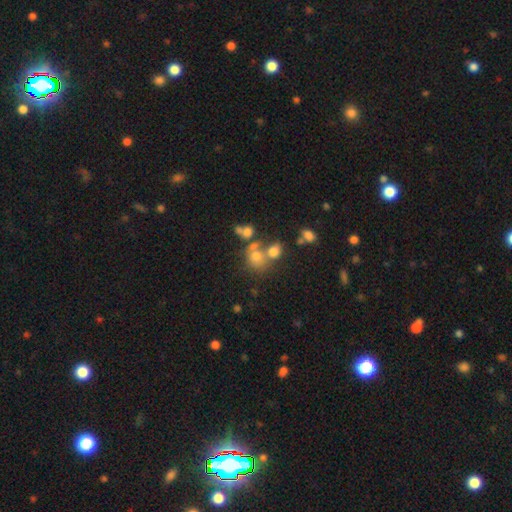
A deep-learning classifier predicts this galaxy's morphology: smooth-or-featured: smooth: 65% | star or artifact: 19% | featured or disk: 16%
  how-rounded: round: 69% | in between: 29% | cigar-shaped: 1%
  merging: none: 42% | merger: 41% | minor disturbance: 11% | major disturbance: 7%